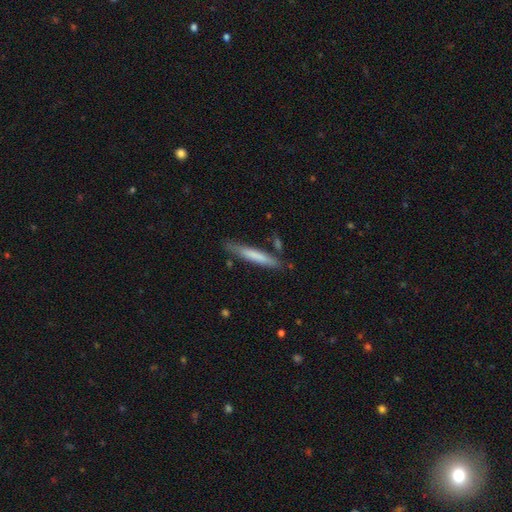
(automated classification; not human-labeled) The model was most divided on "smooth or featured": smooth: 69%, featured or disk: 26%, star or artifact: 6%. More confident: how rounded — cigar-shaped (94%); merging — none (77%).